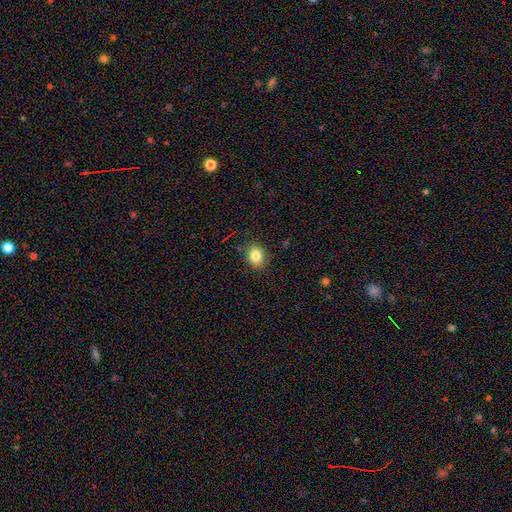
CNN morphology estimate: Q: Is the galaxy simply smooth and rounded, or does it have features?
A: smooth — 83%.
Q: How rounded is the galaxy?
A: in between — 51%.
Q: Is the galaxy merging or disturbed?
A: none — 87%.